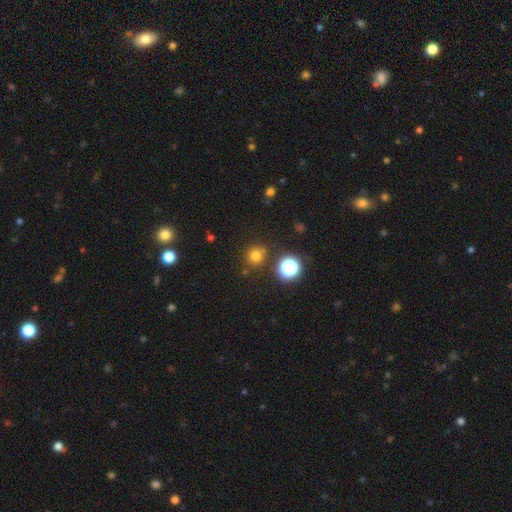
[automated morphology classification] Smooth or featured? smooth (73%)
How rounded? round (91%)
Merging? none (81%)